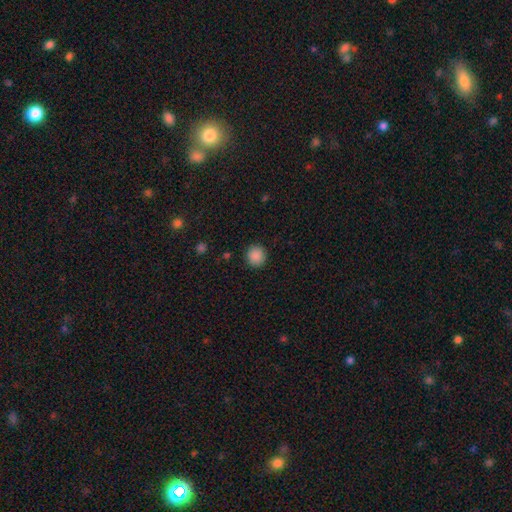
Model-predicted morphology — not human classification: smooth 88%, star or artifact 9%, featured or disk 3%. Down the decision tree: how rounded — round (91%); merging — none (90%).